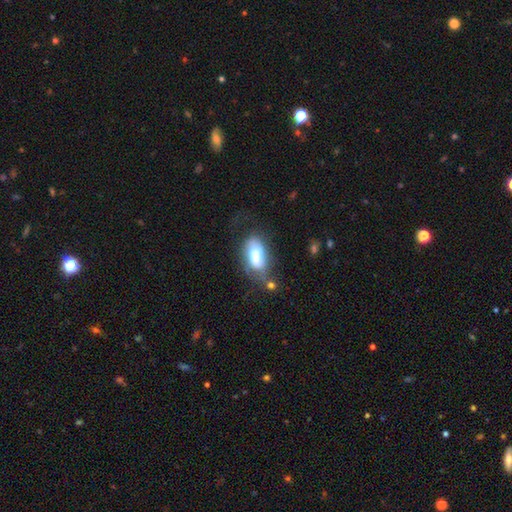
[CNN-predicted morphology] Q: Smooth or featured?
A: smooth (67%); runner-up: featured or disk (26%)
Q: How rounded?
A: in between (90%); runner-up: cigar-shaped (6%)
Q: Merging?
A: none (38%); runner-up: minor disturbance (29%)